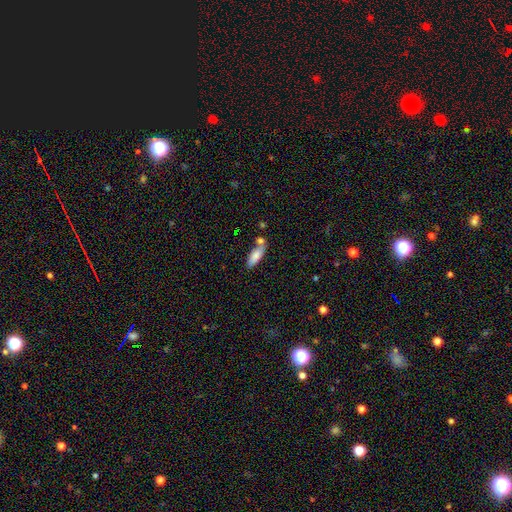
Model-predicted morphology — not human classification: A smooth galaxy with no disk features (80%) that is in between round and cigar-shaped (60%). Merging: none (55%).